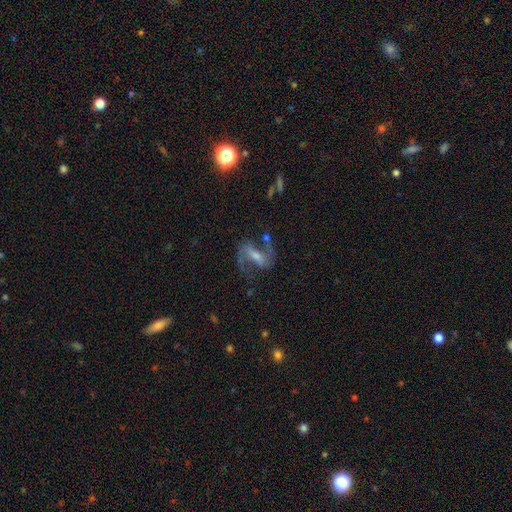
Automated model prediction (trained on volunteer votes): featured or disk 83%, smooth 9%, star or artifact 8%. Down the decision tree: edge-on disk — no (96%); bar — strong (47%); spiral arms — yes (94%); spiral arm count — 2 (92%); spiral winding — medium (52%); bulge size — moderate (47%); merging — none (70%).